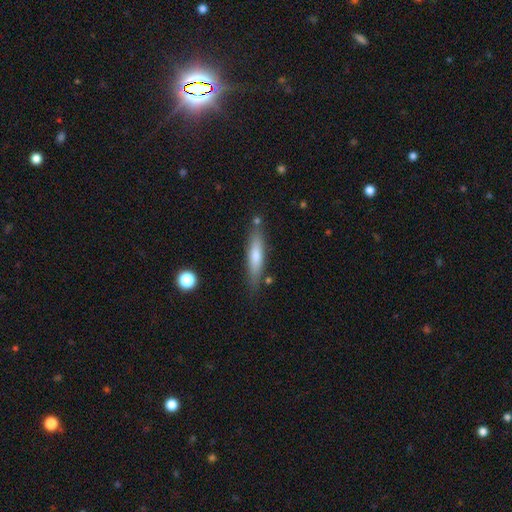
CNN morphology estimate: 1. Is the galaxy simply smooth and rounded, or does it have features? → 53% smooth, 39% featured or disk, 8% star or artifact.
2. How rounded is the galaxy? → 86% cigar-shaped, 12% in between, 2% round.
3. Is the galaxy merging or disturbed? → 82% none, 13% minor disturbance, 3% merger, 3% major disturbance.